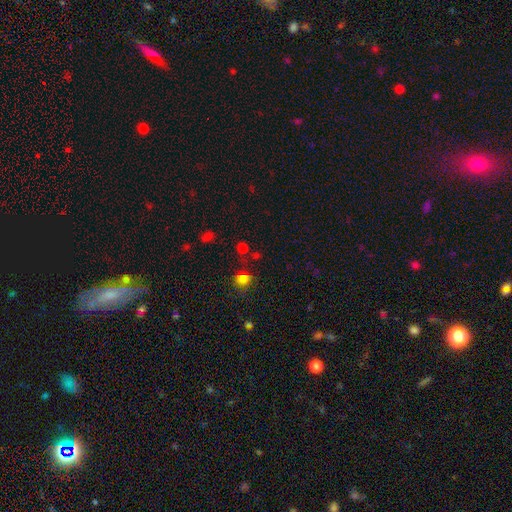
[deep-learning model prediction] The model was most divided on "smooth or featured": smooth: 58%, star or artifact: 36%, featured or disk: 6%. More confident: how rounded — round (74%); merging — none (68%).